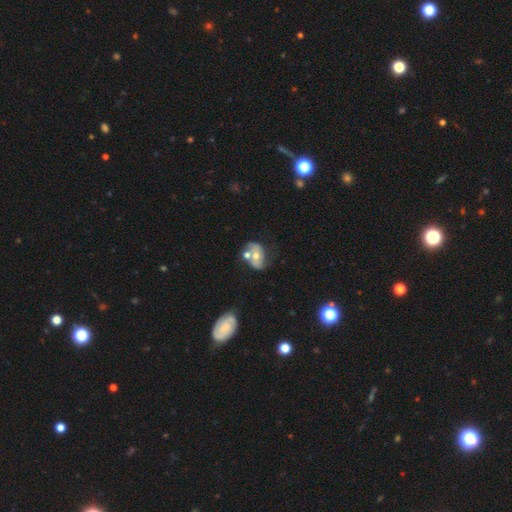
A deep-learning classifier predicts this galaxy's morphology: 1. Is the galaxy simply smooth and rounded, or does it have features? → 63% featured or disk, 29% smooth, 8% star or artifact.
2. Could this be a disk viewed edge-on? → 95% no, 5% yes.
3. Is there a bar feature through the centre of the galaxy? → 60% no, 27% weak, 13% strong.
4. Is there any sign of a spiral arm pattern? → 68% yes, 32% no.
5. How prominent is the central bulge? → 70% moderate, 23% small, 4% large, 2% none, 1% dominant.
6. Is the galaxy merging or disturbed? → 42% none, 30% merger, 18% minor disturbance, 9% major disturbance.